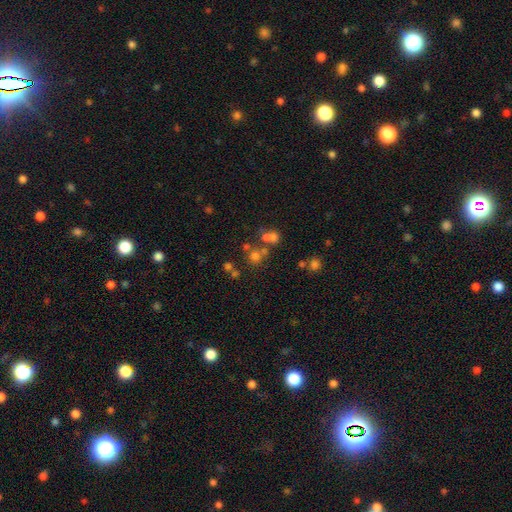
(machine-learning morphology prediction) smooth 51%, star or artifact 33%, featured or disk 17%. Down the decision tree: how rounded — round (86%); merging — none (56%).